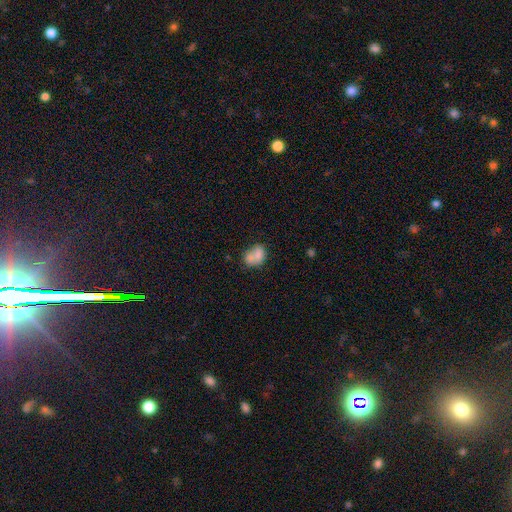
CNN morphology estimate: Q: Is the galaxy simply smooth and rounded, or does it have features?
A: smooth — 72%.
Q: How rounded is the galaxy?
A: in between — 66%.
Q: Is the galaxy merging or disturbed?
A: merger — 48%.